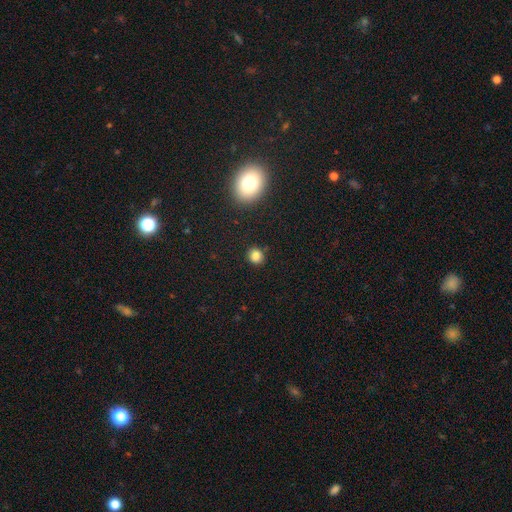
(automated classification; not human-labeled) Smooth or featured? Predicted: smooth (p=0.82). How rounded? Predicted: round (p=0.77). Merging? Predicted: none (p=0.85).